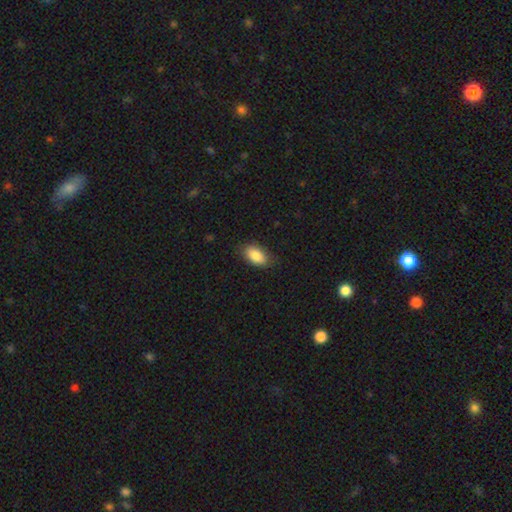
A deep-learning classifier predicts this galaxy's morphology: smooth 84%, featured or disk 9%, star or artifact 7%. Down the decision tree: how rounded — in between (92%); merging — none (82%).